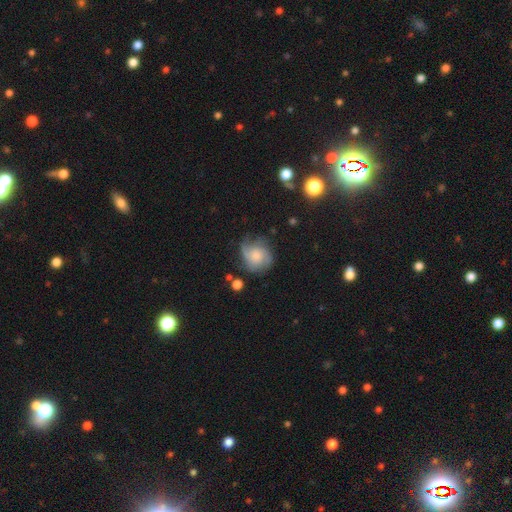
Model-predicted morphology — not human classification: Smooth or featured? featured or disk (58%)
Edge-on disk? no (98%)
Bar? no (77%)
Spiral arms? yes (88%)
Bulge size? small (49%)
Merging? none (60%)